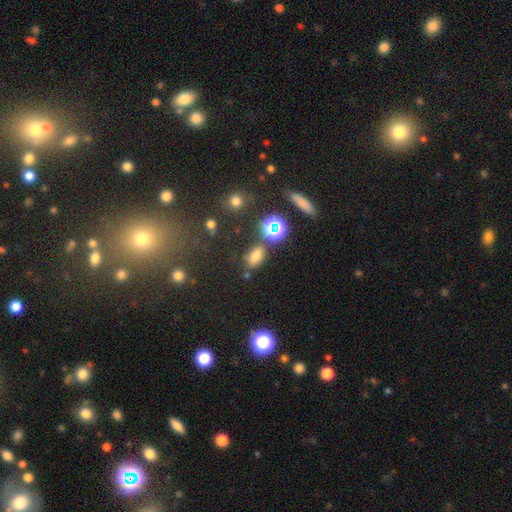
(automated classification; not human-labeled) Q: Smooth or featured?
A: smooth (68%); runner-up: star or artifact (23%)
Q: How rounded?
A: in between (79%); runner-up: round (17%)
Q: Merging?
A: none (73%); runner-up: minor disturbance (14%)